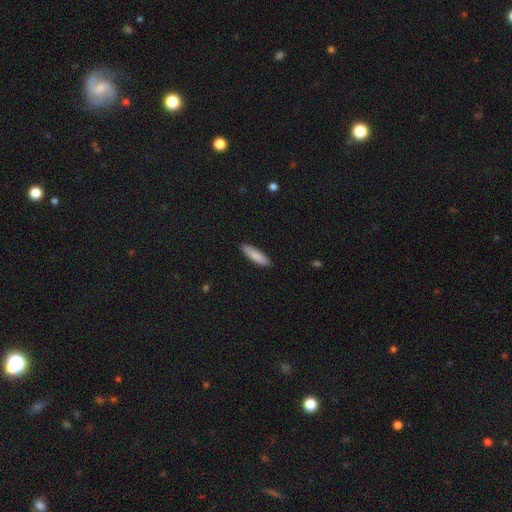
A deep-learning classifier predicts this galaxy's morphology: The model was most divided on "how rounded": cigar-shaped: 67%, in between: 32%, round: 1%. More confident: merging — none (89%); smooth or featured — smooth (87%).